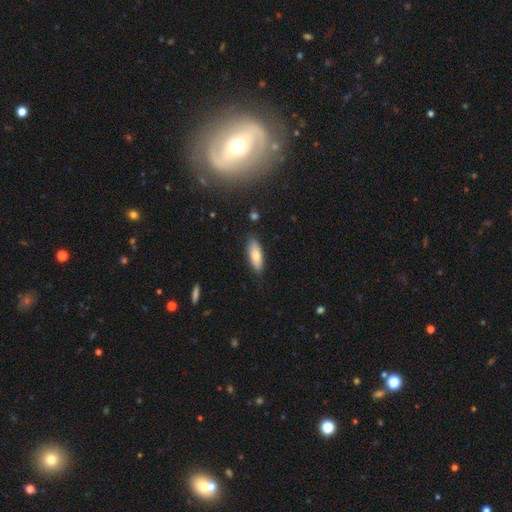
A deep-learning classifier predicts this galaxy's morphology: The model was most divided on "how rounded": in between: 67%, cigar-shaped: 31%, round: 2%. More confident: merging — none (85%); smooth or featured — smooth (75%).